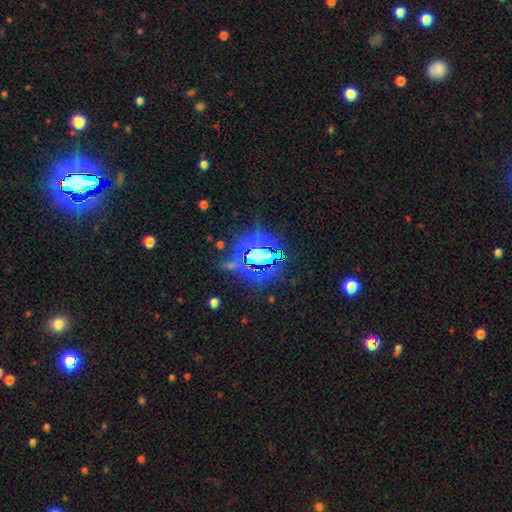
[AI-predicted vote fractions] Smooth or featured? Predicted: star or artifact (p=0.73).